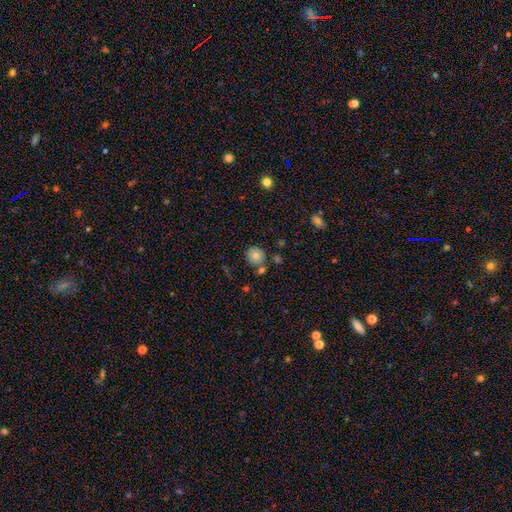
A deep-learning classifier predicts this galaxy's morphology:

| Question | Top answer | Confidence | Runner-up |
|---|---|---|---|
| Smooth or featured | smooth | 78% | featured or disk (12%) |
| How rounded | round | 88% | in between (11%) |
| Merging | none | 74% | merger (12%) |